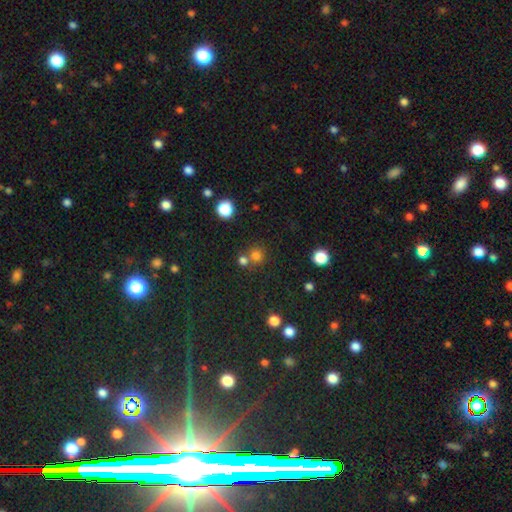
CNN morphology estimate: Q: Smooth or featured?
A: smooth (72%); runner-up: star or artifact (21%)
Q: How rounded?
A: round (89%); runner-up: in between (10%)
Q: Merging?
A: none (61%); runner-up: merger (29%)